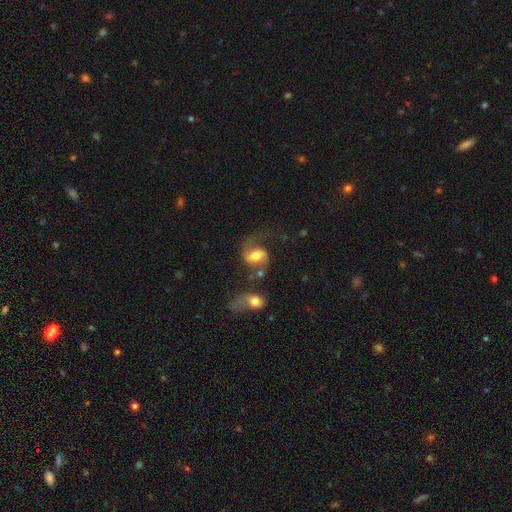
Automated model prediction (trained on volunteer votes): featured or disk 65%, smooth 27%, star or artifact 8%. Down the decision tree: edge-on disk — no (96%); bar — weak (44%); spiral arms — yes (89%); spiral arm count — 2 (87%); spiral winding — loose (50%); bulge size — moderate (62%); merging — none (47%).